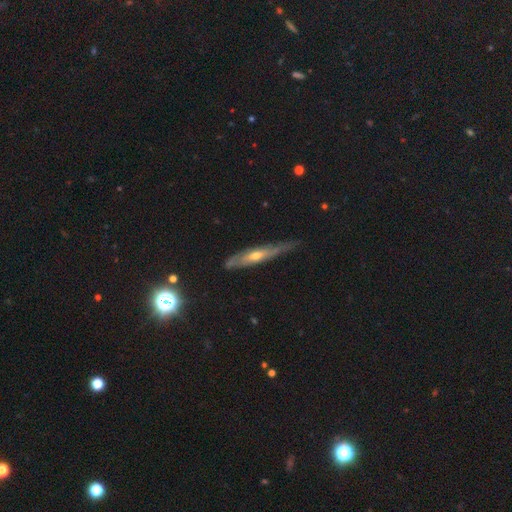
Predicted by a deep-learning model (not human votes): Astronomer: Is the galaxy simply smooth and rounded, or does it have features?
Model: featured or disk — 66%.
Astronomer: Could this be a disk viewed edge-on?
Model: yes — 83%.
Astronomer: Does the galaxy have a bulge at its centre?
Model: rounded — 77%.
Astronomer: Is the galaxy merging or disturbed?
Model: none — 75%.